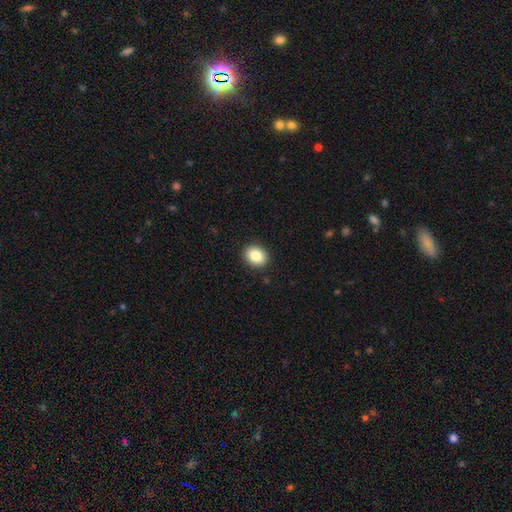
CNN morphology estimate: Q: Smooth or featured?
A: smooth (86%); runner-up: star or artifact (9%)
Q: How rounded?
A: in between (53%); runner-up: round (46%)
Q: Merging?
A: none (91%); runner-up: minor disturbance (7%)